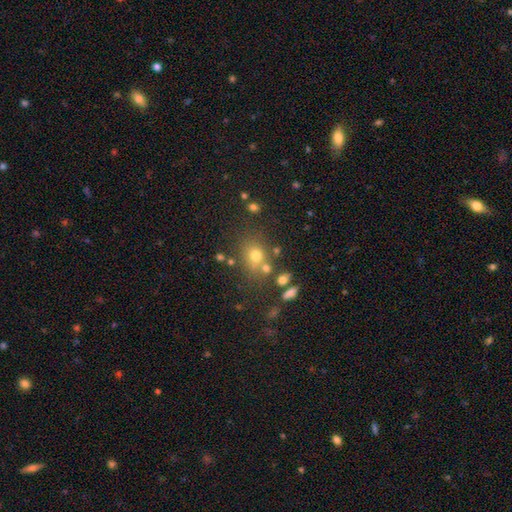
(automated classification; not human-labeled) Smooth or featured? smooth (67%)
How rounded? round (62%)
Merging? none (65%)